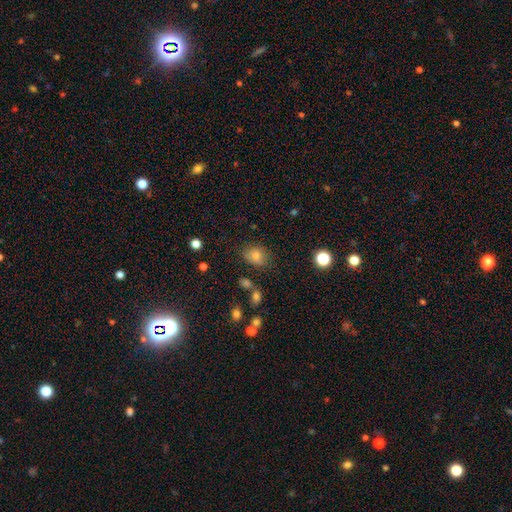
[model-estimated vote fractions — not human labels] Smooth or featured? smooth (75%)
How rounded? in between (51%)
Merging? none (79%)